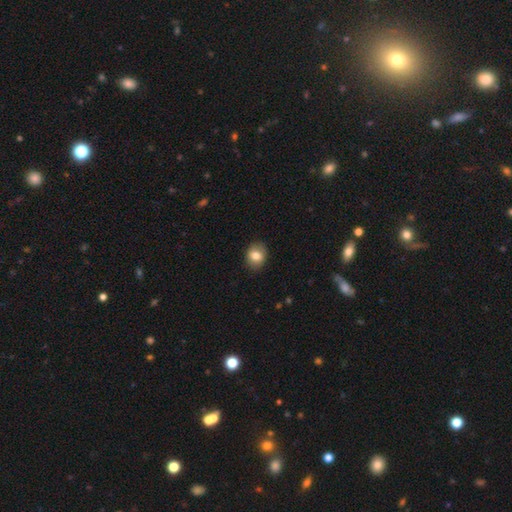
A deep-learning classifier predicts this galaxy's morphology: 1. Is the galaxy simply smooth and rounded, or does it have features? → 80% smooth, 12% featured or disk, 8% star or artifact.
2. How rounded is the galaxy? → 51% in between, 48% round, 1% cigar-shaped.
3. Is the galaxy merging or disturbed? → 85% none, 11% minor disturbance, 2% major disturbance, 1% merger.